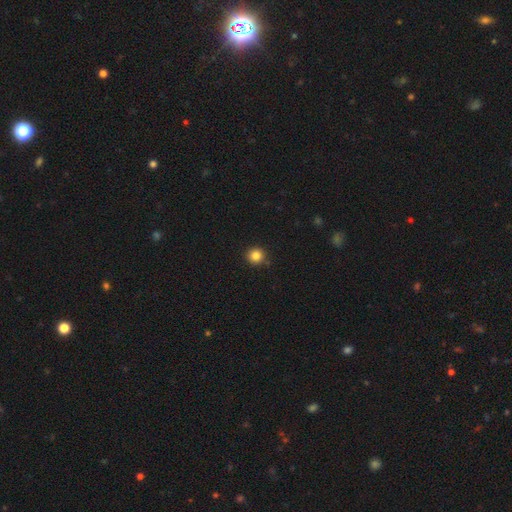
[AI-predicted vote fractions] A smooth galaxy with no disk features (85%) that is round (94%). Merging: none (89%).